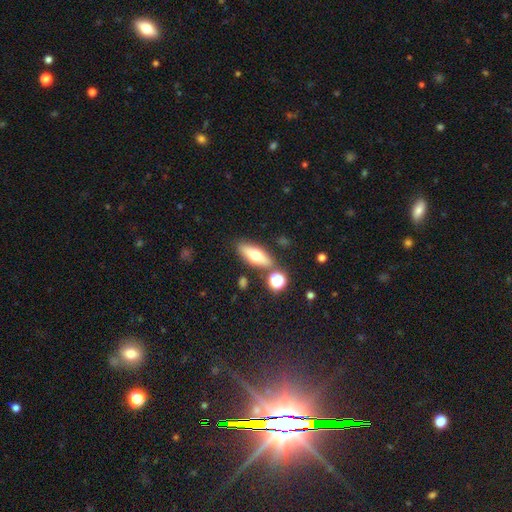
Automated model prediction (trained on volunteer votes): Overall: smooth (56%; featured or disk 36%). How rounded: in between (57%; cigar-shaped 38%). Merging: none (79%).